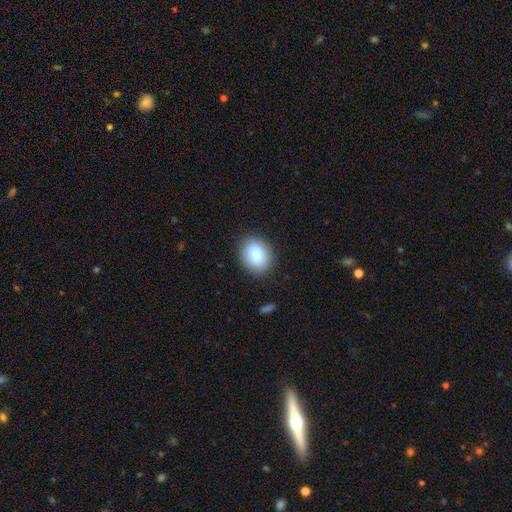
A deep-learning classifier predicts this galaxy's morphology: Smooth or featured? smooth (85%)
How rounded? in between (61%)
Merging? none (87%)